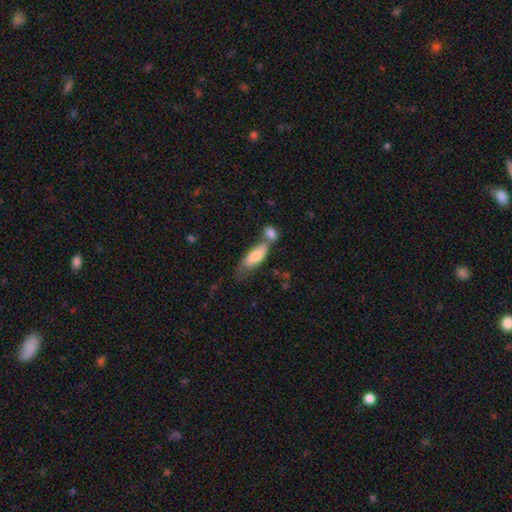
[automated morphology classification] smooth 73%, featured or disk 21%, star or artifact 6%. Down the decision tree: how rounded — in between (76%); merging — merger (44%).